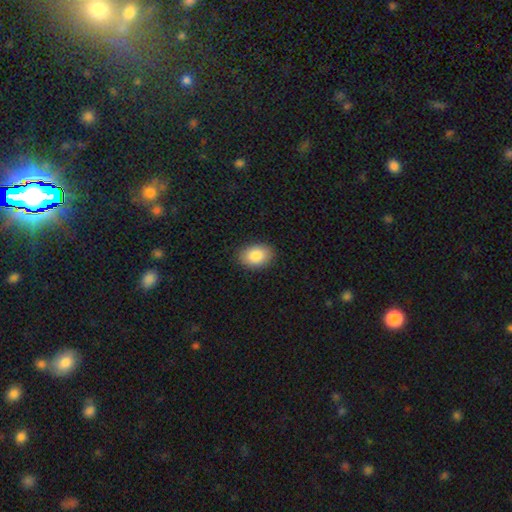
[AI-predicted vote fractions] Smooth or featured: smooth — 85% (featured or disk — 8%)
How rounded: in between — 83% (round — 16%)
Merging: none — 88% (minor disturbance — 9%)